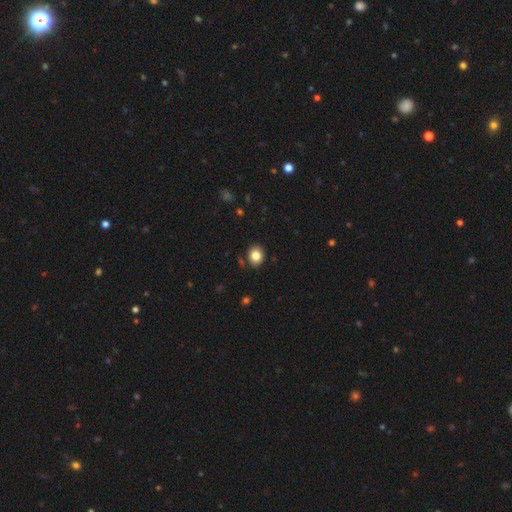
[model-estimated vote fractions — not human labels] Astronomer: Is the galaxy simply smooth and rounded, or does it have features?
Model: smooth — 84%.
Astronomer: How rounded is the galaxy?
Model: round — 55% (runner-up: in between, 44%).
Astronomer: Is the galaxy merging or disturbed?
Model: none — 87%.